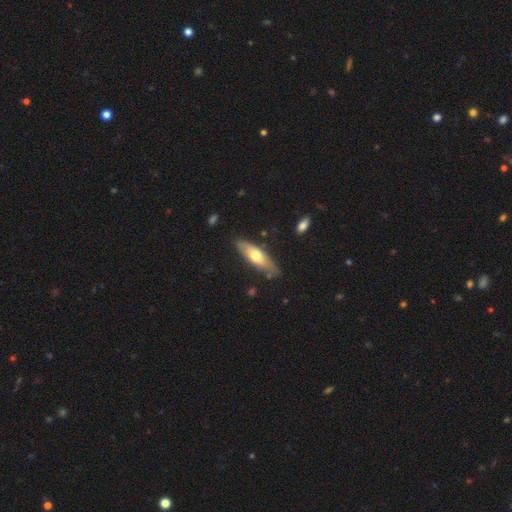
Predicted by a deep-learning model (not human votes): Smooth or featured? smooth (57%)
How rounded? in between (50%)
Merging? none (79%)